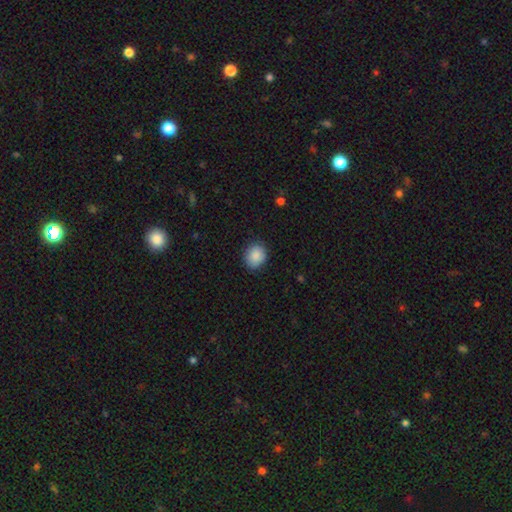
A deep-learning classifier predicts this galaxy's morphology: smooth 88%, star or artifact 8%, featured or disk 5%. Down the decision tree: how rounded — round (66%); merging — none (83%).